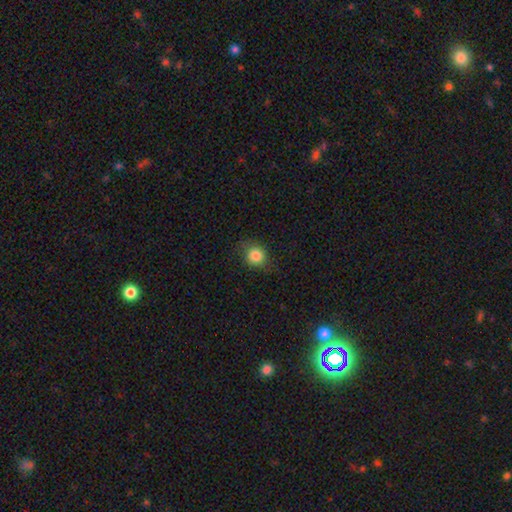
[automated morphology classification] This appears to be a smooth galaxy with no disk features (82%) that is round (80%). Merging: none (76%).